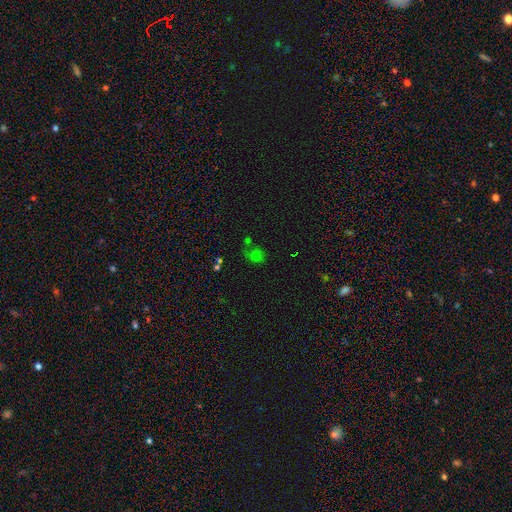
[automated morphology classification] Q: Smooth or featured?
A: smooth (54%); runner-up: star or artifact (35%)
Q: How rounded?
A: round (69%); runner-up: in between (30%)
Q: Merging?
A: none (51%); runner-up: minor disturbance (20%)